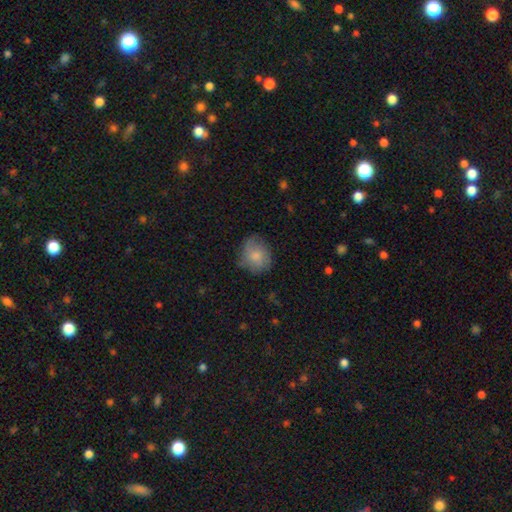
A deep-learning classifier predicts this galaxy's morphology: This appears to be a smooth galaxy with no disk features (75%) that is round (69%). Merging: none (64%).